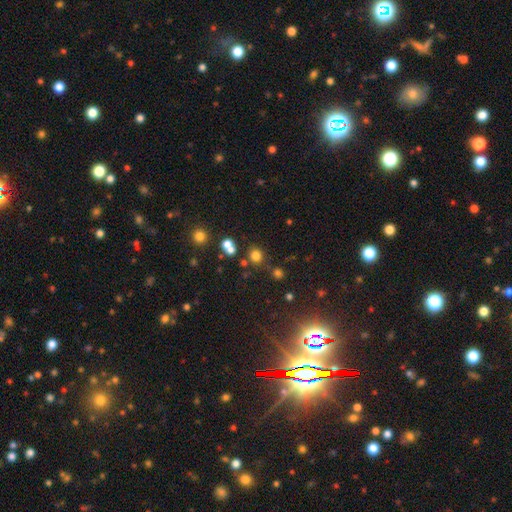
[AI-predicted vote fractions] This is likely a smooth galaxy (73%). How rounded: clearly round (85%). Merging: likely none (74%).